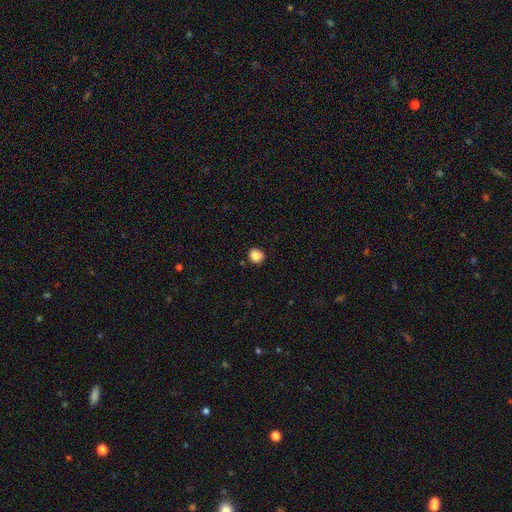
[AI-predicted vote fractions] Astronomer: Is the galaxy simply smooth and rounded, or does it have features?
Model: smooth — 87%.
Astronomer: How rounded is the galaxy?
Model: round — 81%.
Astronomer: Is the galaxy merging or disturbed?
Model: none — 84%.